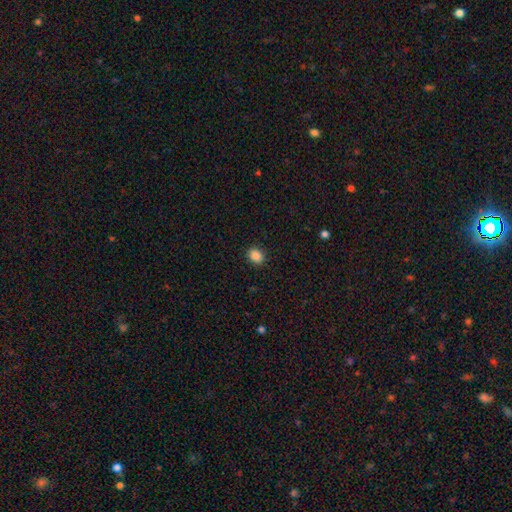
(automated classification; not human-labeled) Overall: smooth (87%). How rounded: in between (52%; round 47%). Merging: none (90%).